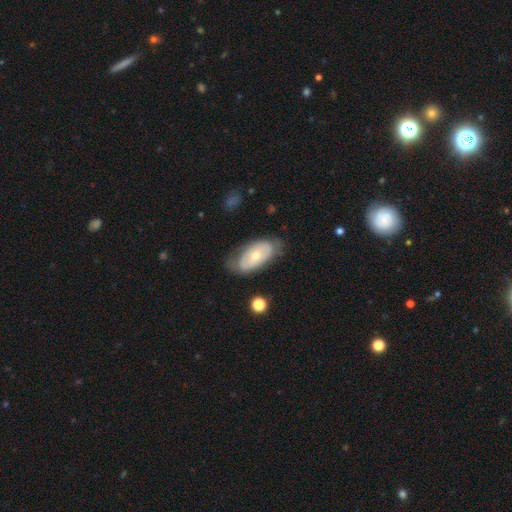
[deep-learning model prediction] smooth-or-featured: featured or disk: 52% | smooth: 42% | star or artifact: 6%
  disk-edge-on: no: 88% | yes: 12%
  merging: none: 66% | minor disturbance: 24% | major disturbance: 9% | merger: 2%